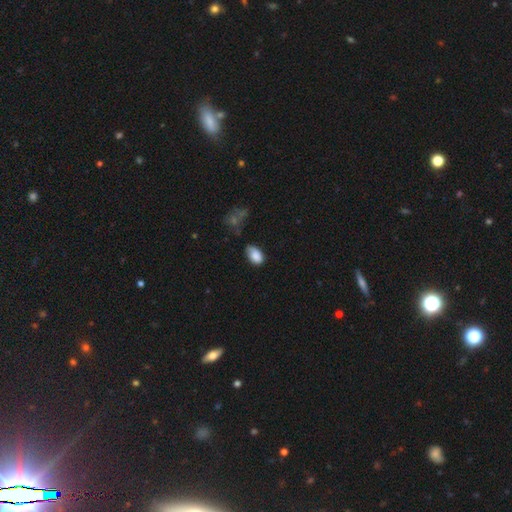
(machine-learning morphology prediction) A smooth galaxy with no disk features (85%) that is in between round and cigar-shaped (92%).

Vote fractions:
- Smooth or featured? smooth: 85% / star or artifact: 8% / featured or disk: 7%
- How rounded? in between: 92% / round: 7% / cigar-shaped: 2%
- Merging? none: 54% / minor disturbance: 35% / major disturbance: 8% / merger: 3%